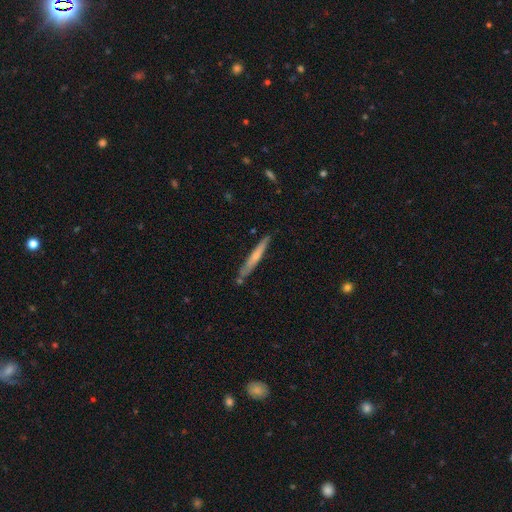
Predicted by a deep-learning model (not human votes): Smooth or featured? smooth (50%)
How rounded? cigar-shaped (95%)
Merging? none (79%)